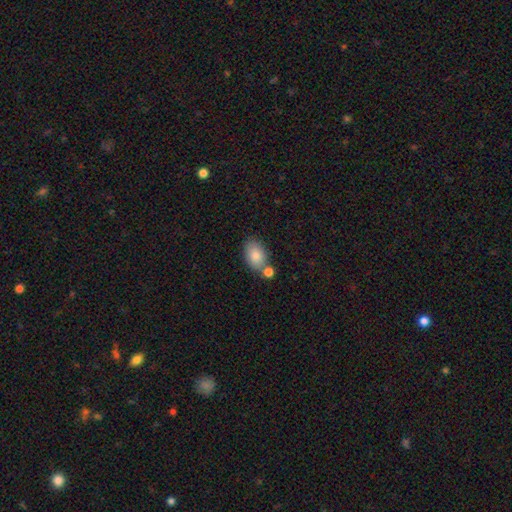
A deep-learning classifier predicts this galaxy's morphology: Smooth or featured: smooth — 81% (featured or disk — 11%)
How rounded: in between — 86% (round — 12%)
Merging: none — 63% (merger — 19%)